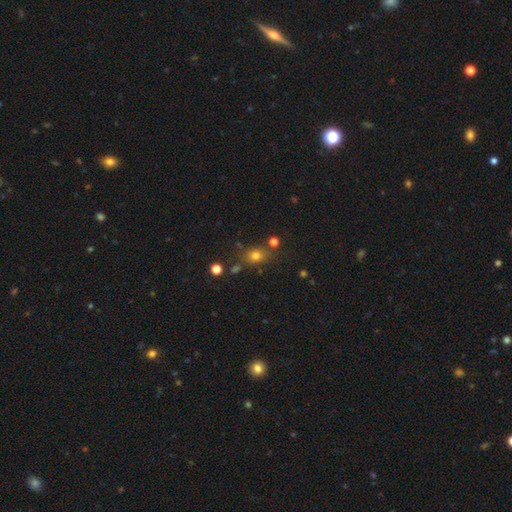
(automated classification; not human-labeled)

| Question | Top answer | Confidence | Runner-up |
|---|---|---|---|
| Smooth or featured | smooth | 74% | star or artifact (17%) |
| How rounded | round | 54% | in between (45%) |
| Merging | none | 72% | minor disturbance (14%) |